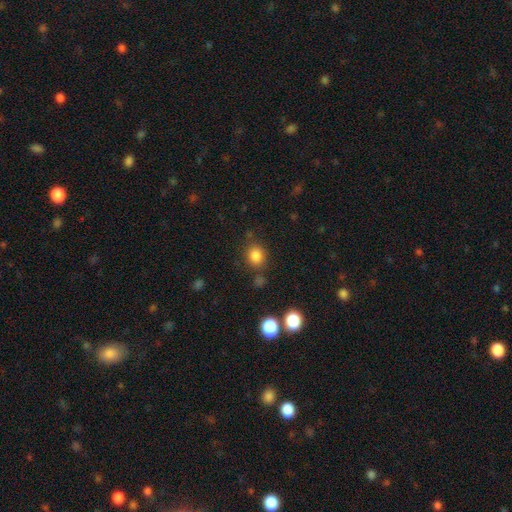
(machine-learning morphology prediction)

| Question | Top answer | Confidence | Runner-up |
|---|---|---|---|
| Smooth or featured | smooth | 83% | star or artifact (12%) |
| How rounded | round | 75% | in between (24%) |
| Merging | none | 79% | minor disturbance (11%) |